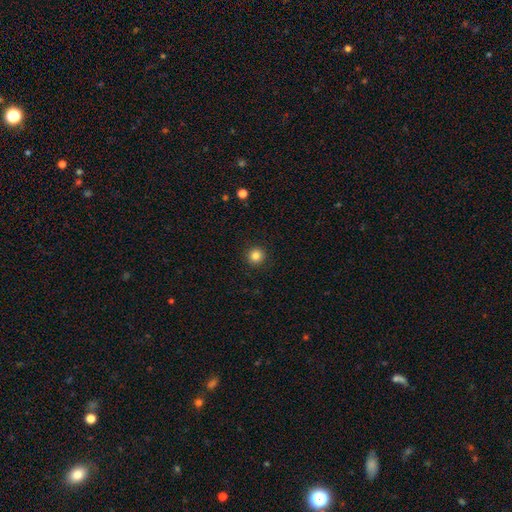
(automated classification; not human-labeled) A smooth galaxy with no disk features (84%) that is round (95%).

Vote fractions:
- Smooth or featured? smooth: 84% / star or artifact: 12% / featured or disk: 5%
- How rounded? round: 95% / in between: 4% / cigar-shaped: 1%
- Merging? none: 92% / minor disturbance: 5% / major disturbance: 2% / merger: 1%